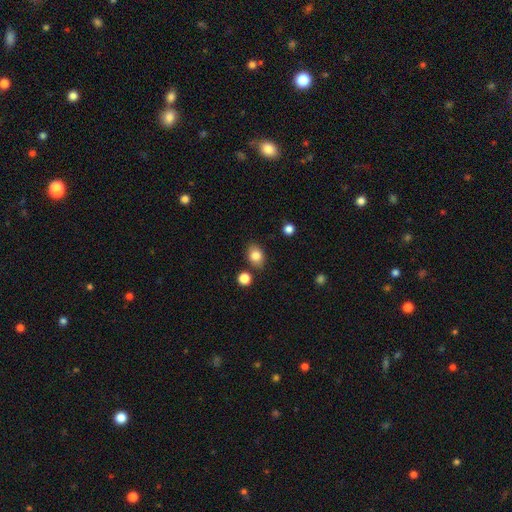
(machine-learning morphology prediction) Overall: smooth (83%). How rounded: in between (68%; round 31%). Merging: none (80%).